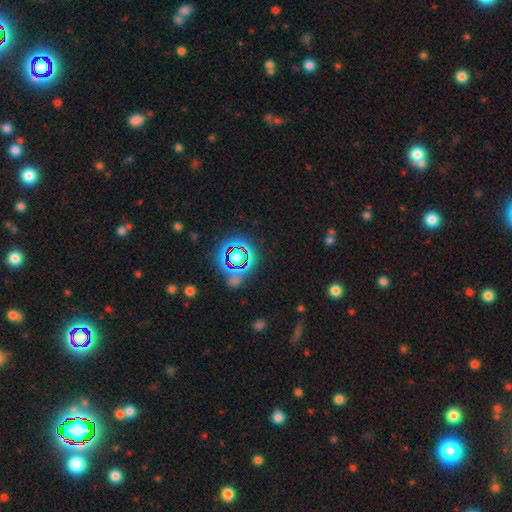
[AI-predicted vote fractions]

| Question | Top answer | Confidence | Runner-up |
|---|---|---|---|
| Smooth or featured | star or artifact | 53% | smooth (32%) |